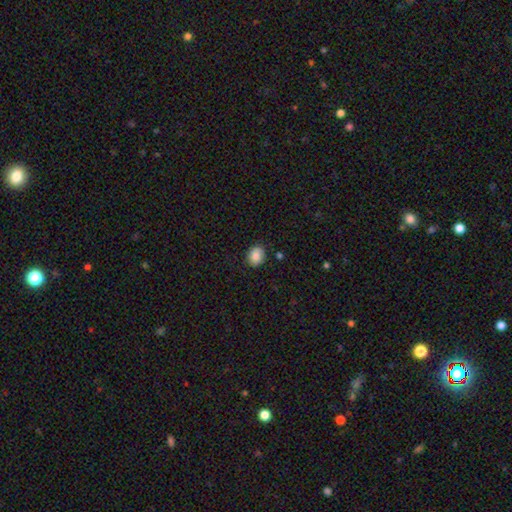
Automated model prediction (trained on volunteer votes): Q: Smooth or featured?
A: smooth (84%); runner-up: star or artifact (8%)
Q: How rounded?
A: in between (55%); runner-up: round (44%)
Q: Merging?
A: none (83%); runner-up: minor disturbance (12%)